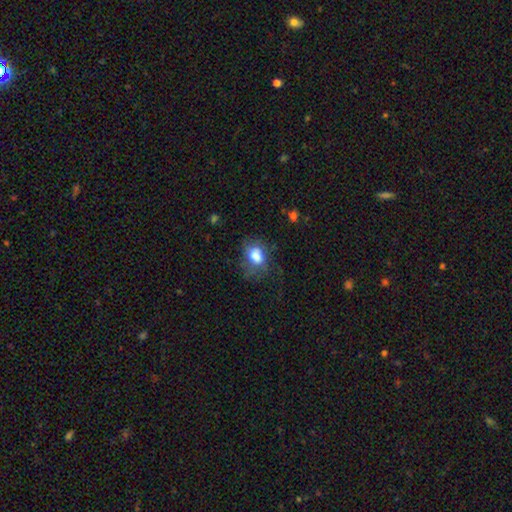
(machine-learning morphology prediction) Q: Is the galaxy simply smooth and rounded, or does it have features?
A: smooth — 74%.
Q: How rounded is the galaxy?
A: in between — 72%.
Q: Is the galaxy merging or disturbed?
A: none — 48%.